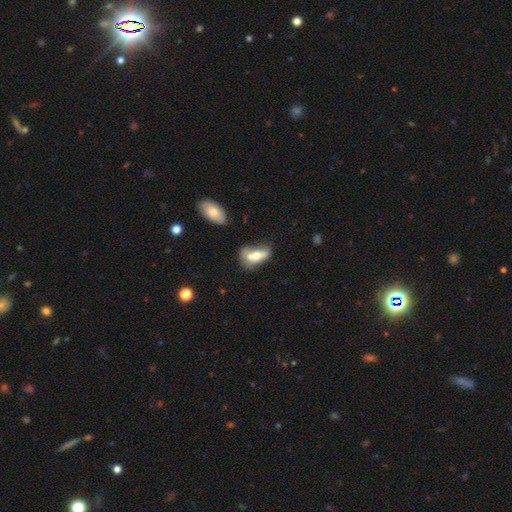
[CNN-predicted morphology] Smooth or featured: smooth — 61% (featured or disk — 31%)
How rounded: in between — 78% (round — 14%)
Merging: merger — 60% (none — 19%)